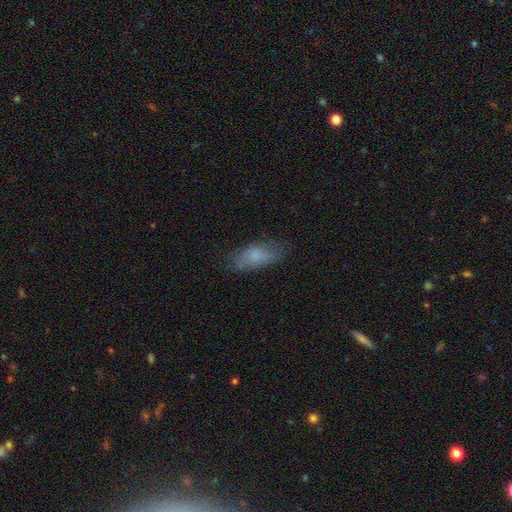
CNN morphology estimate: Overall: smooth (75%). How rounded: in between (82%). Merging: none (67%).